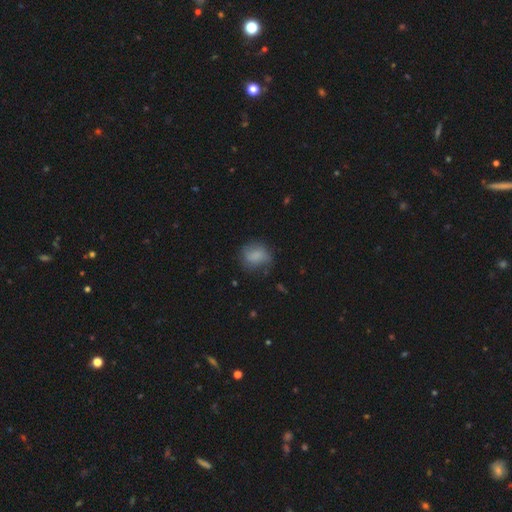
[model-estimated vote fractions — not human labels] This appears to be a smooth galaxy with no disk features (78%) that is round (54%). Merging: none (60%).